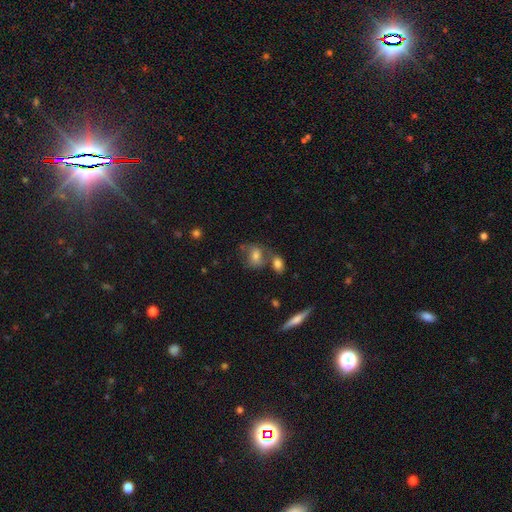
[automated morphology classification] Smooth or featured?
  - smooth: 61% *
  - featured or disk: 29%
  - star or artifact: 11%
How rounded?
  - in between: 56% *
  - round: 41%
  - cigar-shaped: 3%
Merging?
  - none: 40% *
  - merger: 33%
  - minor disturbance: 17%
  - major disturbance: 9%